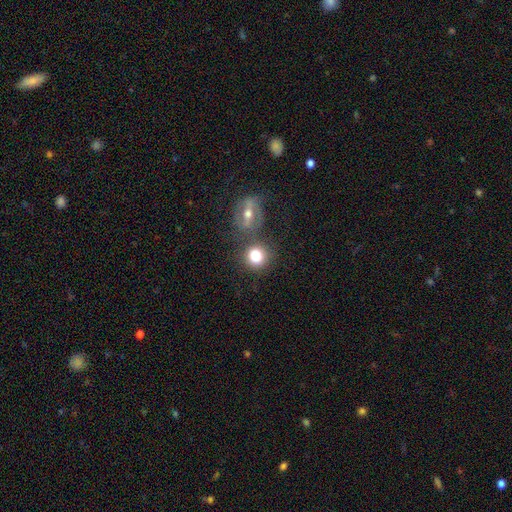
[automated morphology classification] This is likely a smooth galaxy (77%). How rounded: clearly round (85%). Merging: possibly none (58%).